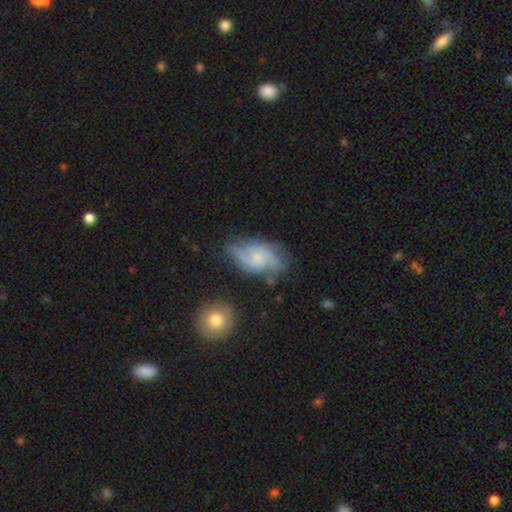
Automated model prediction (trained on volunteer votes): A featured or disk galaxy (66%) with no bar (67%), 2 (68%) medium (43%) spiral arms (88%) and a small central bulge (59%).

Vote fractions:
- Smooth or featured? featured or disk: 66% / smooth: 26% / star or artifact: 8%
- Edge-on disk? no: 95% / yes: 5%
- Bar? no: 67% / weak: 28% / strong: 4%
- Spiral arms? yes: 88% / no: 12%
- Spiral winding? medium: 43% / loose: 36% / tight: 20%
- Spiral arm count? 2: 68% / can't tell: 16% / 3: 8% / 1: 3% / 4: 2% / more than 4: 2%
- Bulge size? small: 59% / moderate: 26% / none: 11% / large: 3% / dominant: 1%
- Merging? none: 54% / minor disturbance: 29% / major disturbance: 13% / merger: 4%